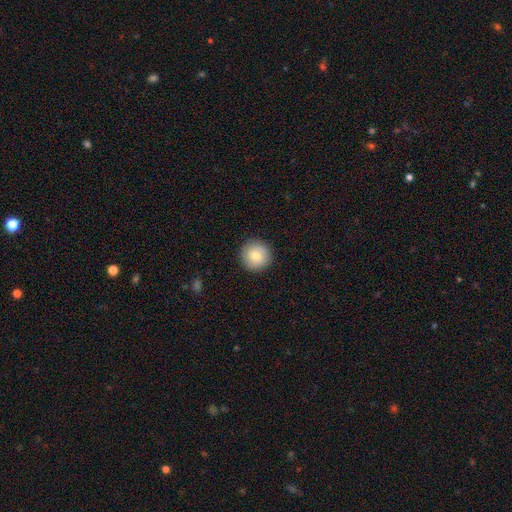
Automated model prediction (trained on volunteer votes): A smooth galaxy with no disk features (76%) that is round (96%).

Vote fractions:
- Smooth or featured? smooth: 76% / featured or disk: 16% / star or artifact: 8%
- How rounded? round: 96% / in between: 3% / cigar-shaped: 1%
- Merging? none: 90% / minor disturbance: 7% / major disturbance: 2% / merger: 1%